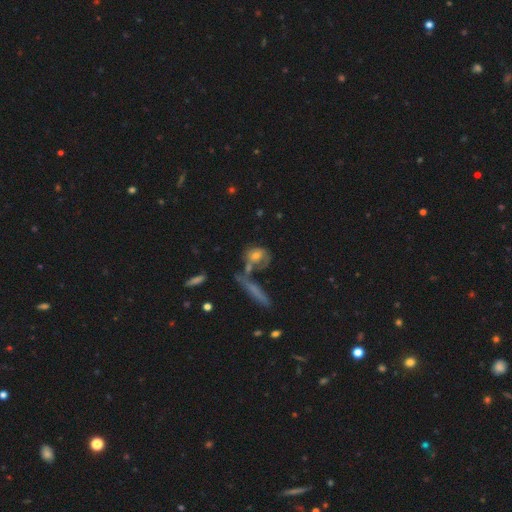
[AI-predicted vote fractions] smooth-or-featured: smooth: 48% | featured or disk: 42% | star or artifact: 10%
  merging: none: 35% | merger: 32% | minor disturbance: 16% | major disturbance: 16%